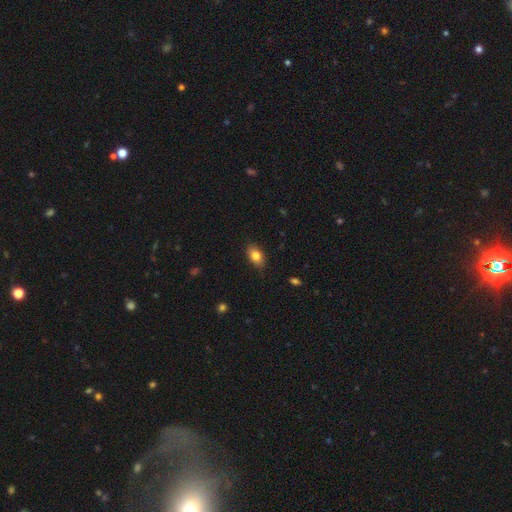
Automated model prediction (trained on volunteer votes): This appears to be a smooth galaxy with no disk features (83%) that is in between round and cigar-shaped (87%). Merging: none (85%).